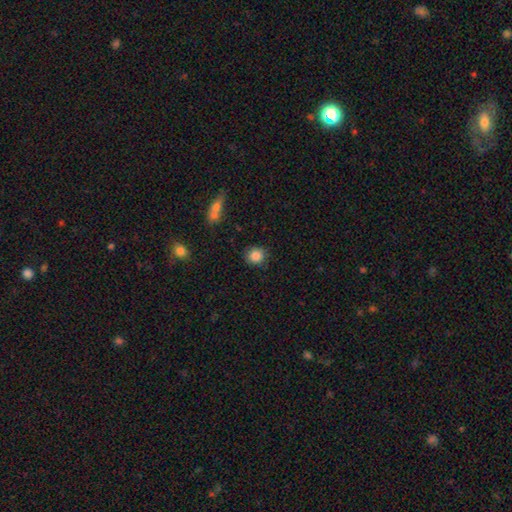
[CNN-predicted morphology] This is clearly a smooth galaxy (86%). How rounded: clearly round (89%). Merging: clearly none (86%).